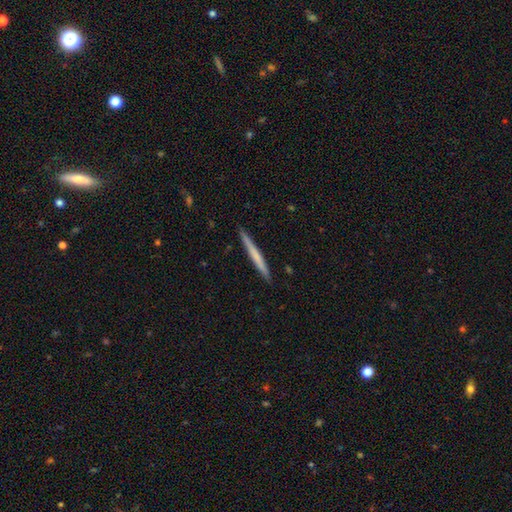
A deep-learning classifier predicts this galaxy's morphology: A smooth galaxy with no disk features (57%) that is cigar-shaped (97%). Merging: none (92%).